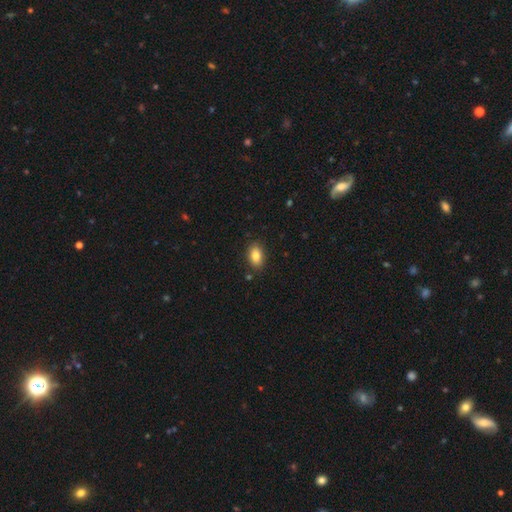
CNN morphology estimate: Smooth or featured?
  - smooth: 83% *
  - featured or disk: 9%
  - star or artifact: 8%
How rounded?
  - in between: 89% *
  - round: 9%
  - cigar-shaped: 2%
Merging?
  - none: 87% *
  - minor disturbance: 9%
  - major disturbance: 2%
  - merger: 2%